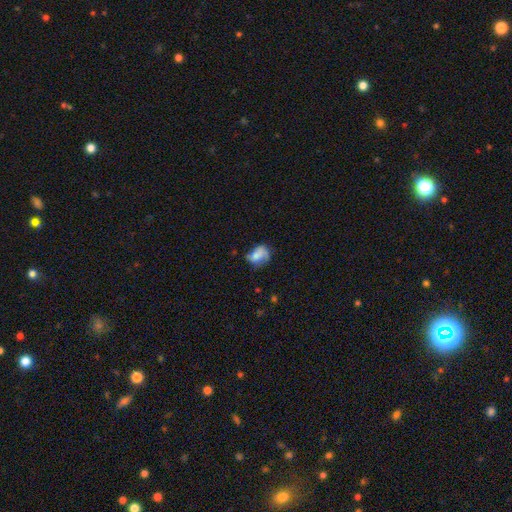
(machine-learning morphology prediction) smooth_or_featured: smooth (p=0.59) [alt: featured or disk p=0.31]
how_rounded: in between (p=0.71) [alt: round p=0.27]
merging: none (p=0.40) [alt: minor disturbance p=0.33]